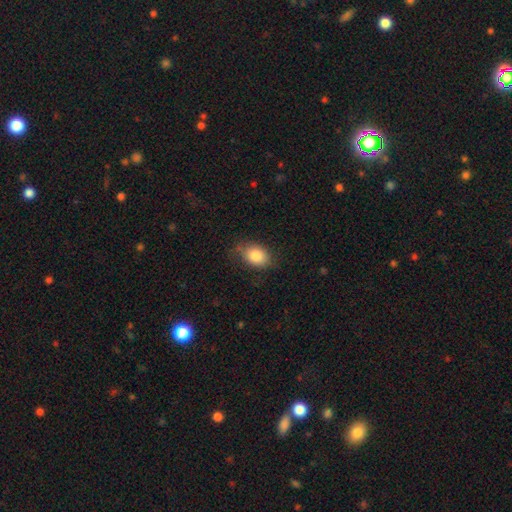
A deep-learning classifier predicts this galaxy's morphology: A smooth galaxy with no disk features (85%) that is in between round and cigar-shaped (75%). Merging: none (73%).